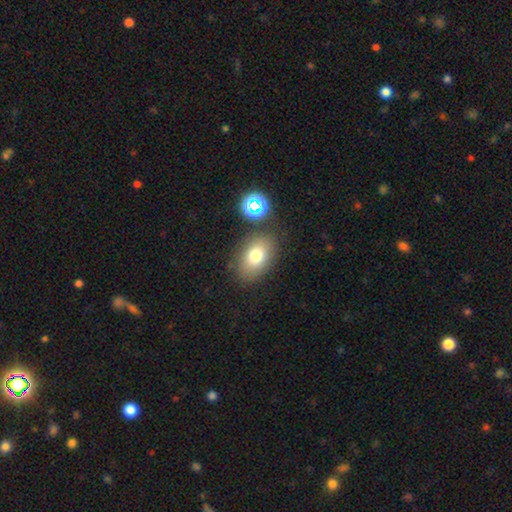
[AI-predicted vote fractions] A smooth galaxy with no disk features (76%) that is in between round and cigar-shaped (82%). Merging: none (80%).